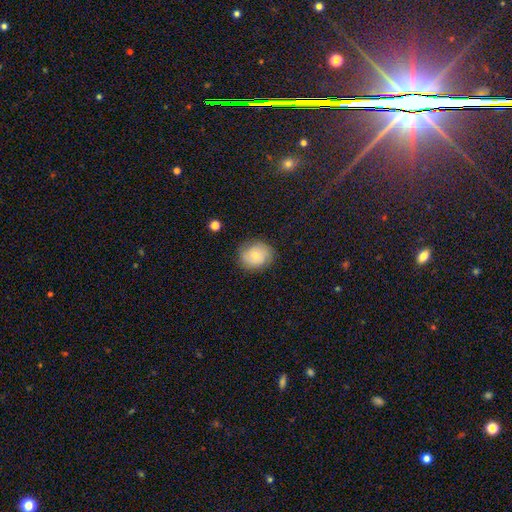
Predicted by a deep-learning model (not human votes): Smooth or featured: smooth — 69% (featured or disk — 22%)
How rounded: round — 64% (in between — 35%)
Merging: none — 78% (minor disturbance — 16%)